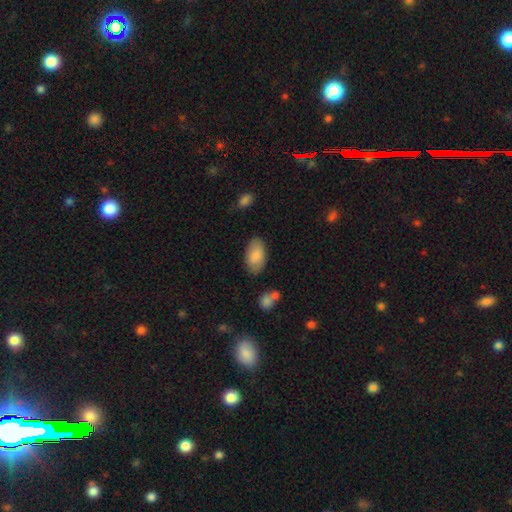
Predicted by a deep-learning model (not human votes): Smooth or featured? Predicted: smooth (p=0.85). How rounded? Predicted: in between (p=0.95). Merging? Predicted: none (p=0.81).